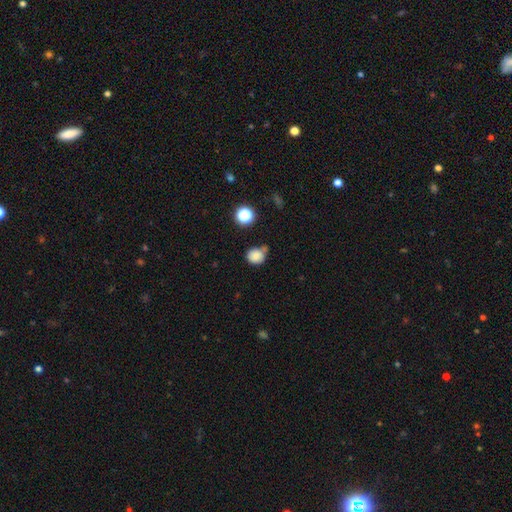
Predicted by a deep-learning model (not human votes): smooth-or-featured: smooth: 83% | star or artifact: 11% | featured or disk: 6%
  how-rounded: round: 81% | in between: 18% | cigar-shaped: 1%
  merging: none: 58% | minor disturbance: 23% | merger: 13% | major disturbance: 6%